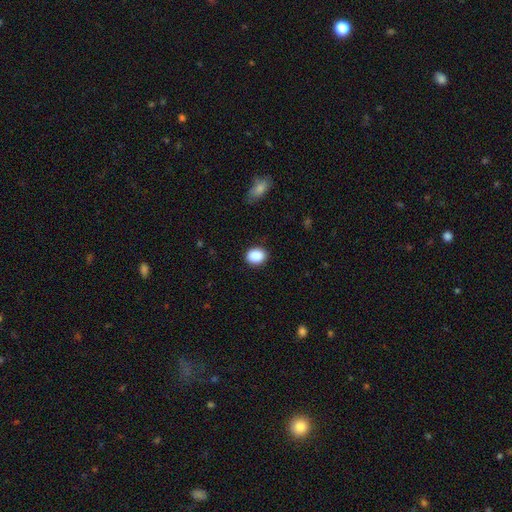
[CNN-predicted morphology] Smooth or featured? Predicted: smooth (p=0.90). How rounded? Predicted: in between (p=0.51). Merging? Predicted: none (p=0.87).